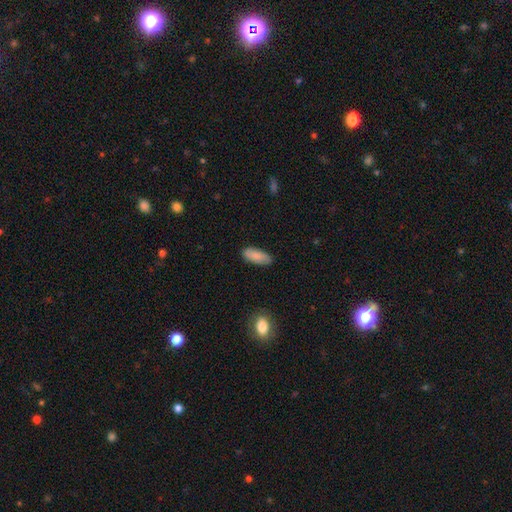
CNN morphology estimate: type=smooth (87%); roundness=in between (80%); merging=none (86%).